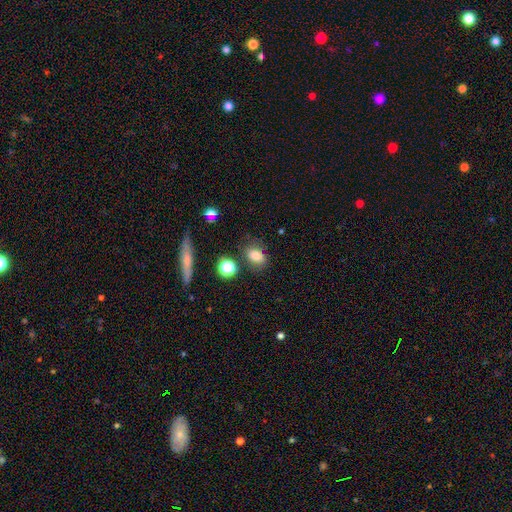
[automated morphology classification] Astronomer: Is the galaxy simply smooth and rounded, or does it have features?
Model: smooth — 80%.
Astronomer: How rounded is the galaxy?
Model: in between — 73%.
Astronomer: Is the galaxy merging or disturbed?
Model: none — 75%.